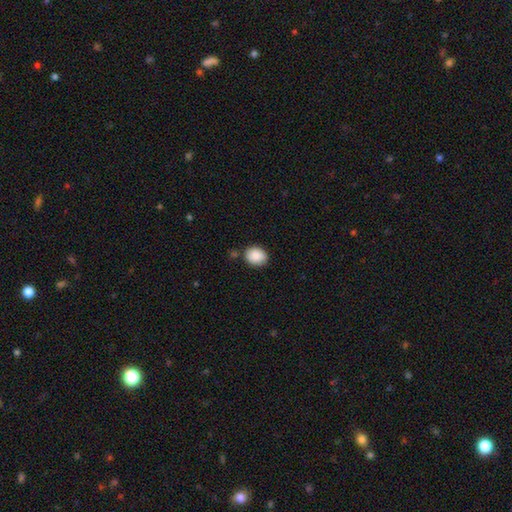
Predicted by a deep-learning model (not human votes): smooth-or-featured: smooth: 89% | star or artifact: 7% | featured or disk: 3%
  how-rounded: round: 56% | in between: 43% | cigar-shaped: 1%
  merging: none: 79% | minor disturbance: 13% | merger: 4% | major disturbance: 3%